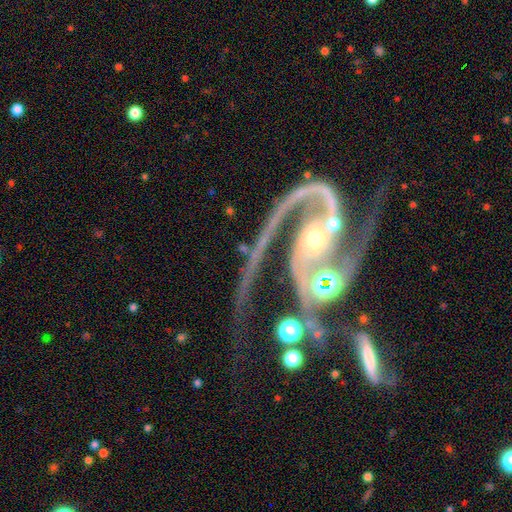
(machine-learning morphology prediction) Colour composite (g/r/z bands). It shows a featured or disk galaxy (91%) with no bar (60%), 2 (84%) medium (52%) spiral arms (97%) and a small central bulge (65%). Merging: none (33%).